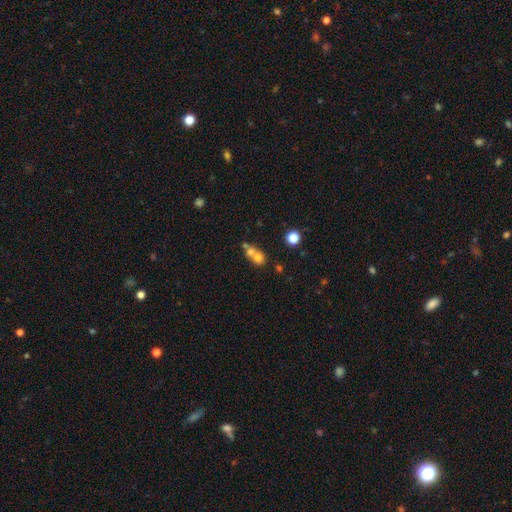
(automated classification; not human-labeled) Q: Smooth or featured?
A: smooth (66%); runner-up: featured or disk (20%)
Q: How rounded?
A: round (70%); runner-up: in between (29%)
Q: Merging?
A: merger (62%); runner-up: none (28%)